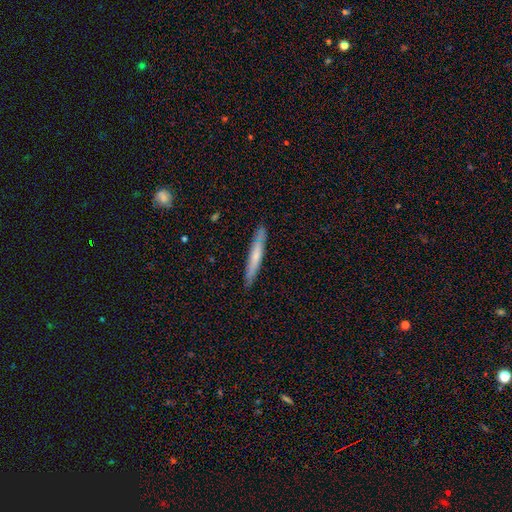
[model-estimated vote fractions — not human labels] smooth_or_featured: smooth (p=0.57) [alt: featured or disk p=0.37]
how_rounded: cigar-shaped (p=0.95) [alt: in between p=0.04]
merging: none (p=0.88) [alt: minor disturbance p=0.09]